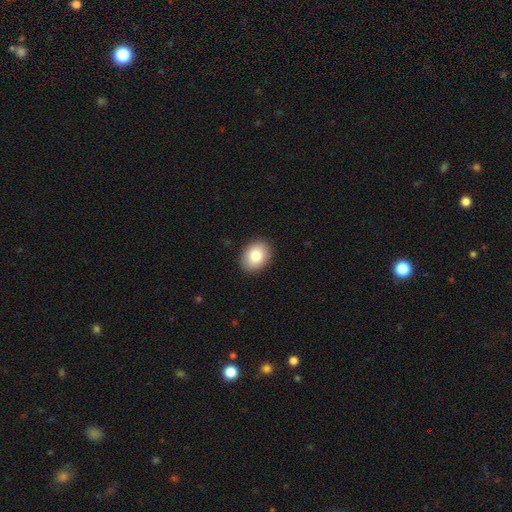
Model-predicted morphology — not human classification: Q: Smooth or featured?
A: smooth (84%); runner-up: featured or disk (9%)
Q: How rounded?
A: in between (67%); runner-up: round (32%)
Q: Merging?
A: none (90%); runner-up: minor disturbance (7%)